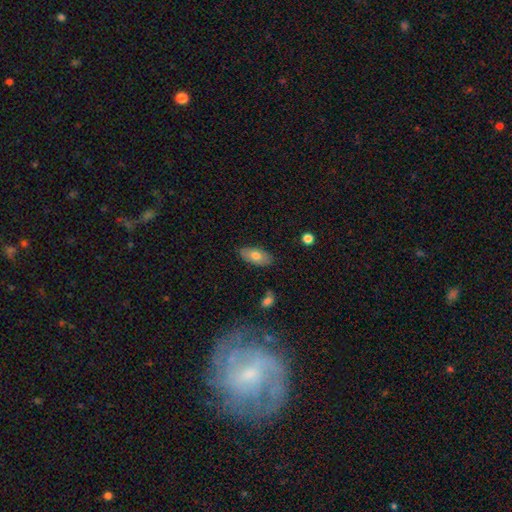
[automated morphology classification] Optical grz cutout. It shows a smooth galaxy with no disk features (70%) that is in between round and cigar-shaped (92%). Merging: none (83%).